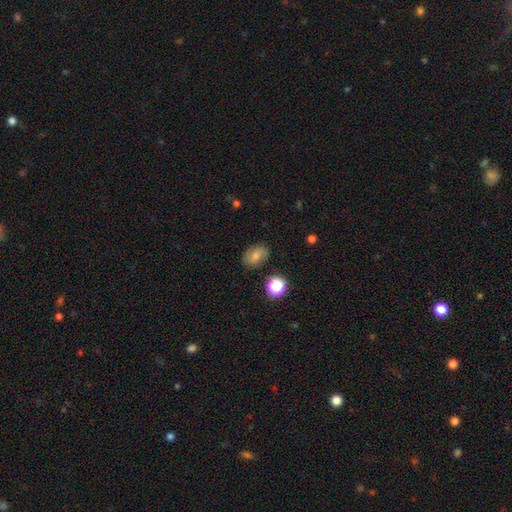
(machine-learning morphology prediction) A smooth galaxy with no disk features (66%) that is in between round and cigar-shaped (75%).

Vote fractions:
- Smooth or featured? smooth: 66% / featured or disk: 21% / star or artifact: 13%
- How rounded? in between: 75% / round: 24% / cigar-shaped: 2%
- Merging? none: 79% / minor disturbance: 15% / major disturbance: 4% / merger: 2%